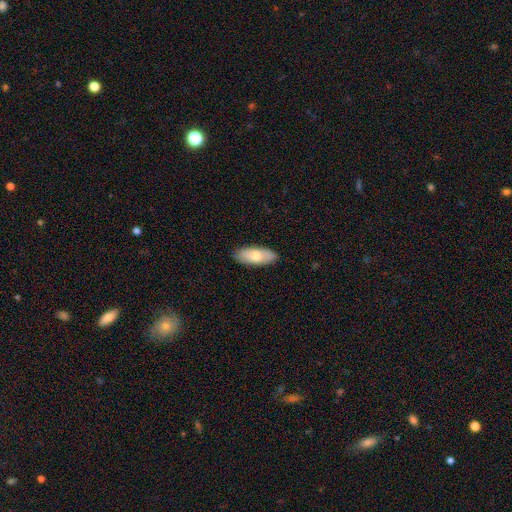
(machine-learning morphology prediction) Smooth or featured: smooth — 73% (featured or disk — 22%)
How rounded: in between — 79% (cigar-shaped — 19%)
Merging: none — 88% (minor disturbance — 9%)